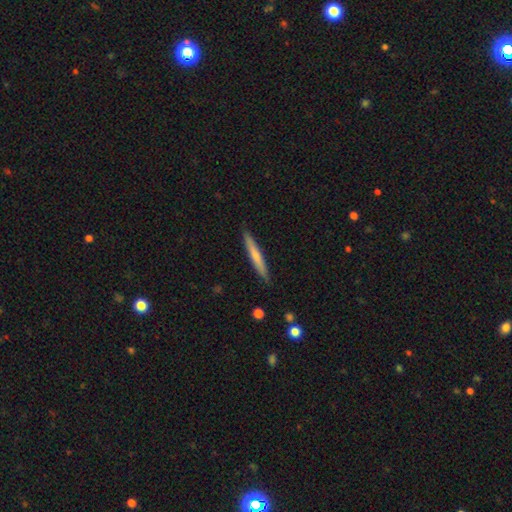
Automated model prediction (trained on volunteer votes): Morphology: type=smooth (60%); roundness=cigar-shaped (95%); merging=none (90%).